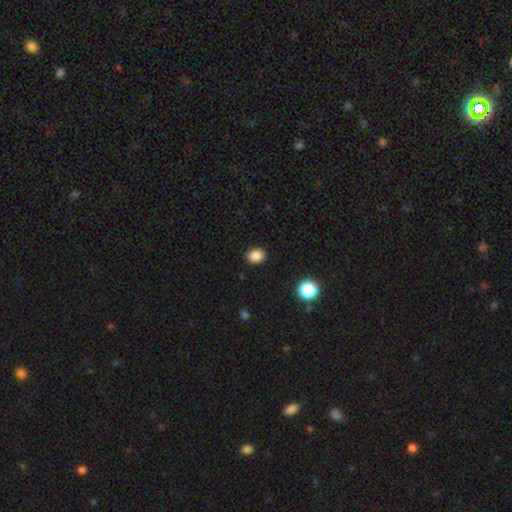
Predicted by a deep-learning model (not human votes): Morphology: type=smooth (86%); roundness=in between (53%); merging=none (89%).